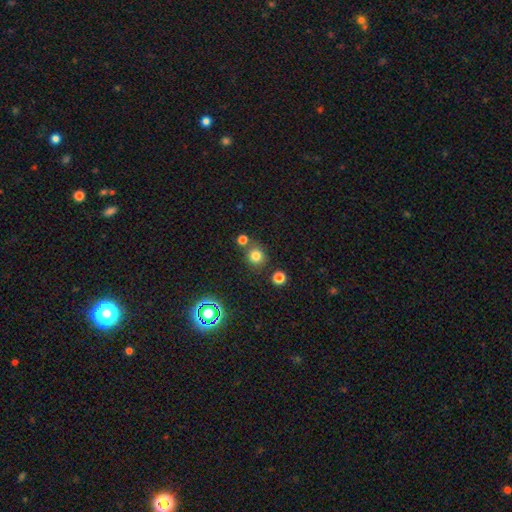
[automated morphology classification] smooth-or-featured: smooth: 77% | star or artifact: 16% | featured or disk: 6%
  how-rounded: round: 87% | in between: 12% | cigar-shaped: 1%
  merging: none: 74% | merger: 13% | minor disturbance: 9% | major disturbance: 3%